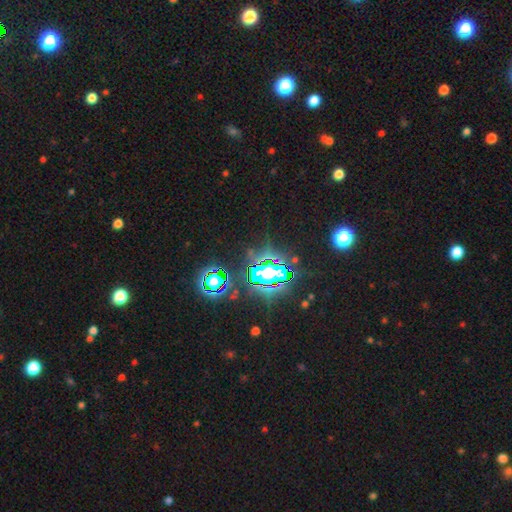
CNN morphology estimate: type=star or artifact (83%).